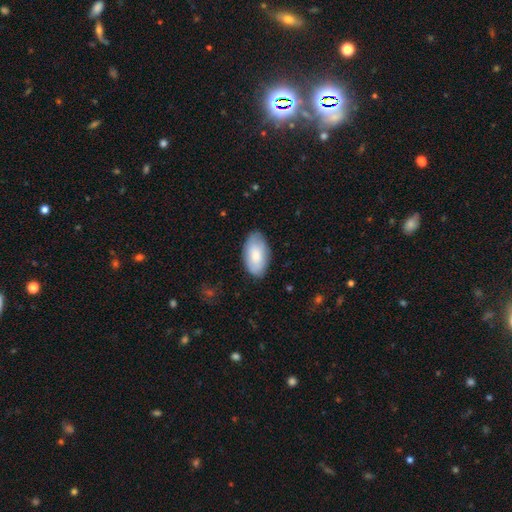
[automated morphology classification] smooth_or_featured: smooth (p=0.80) [alt: featured or disk p=0.15]
how_rounded: in between (p=0.96) [alt: round p=0.03]
merging: none (p=0.83) [alt: minor disturbance p=0.13]